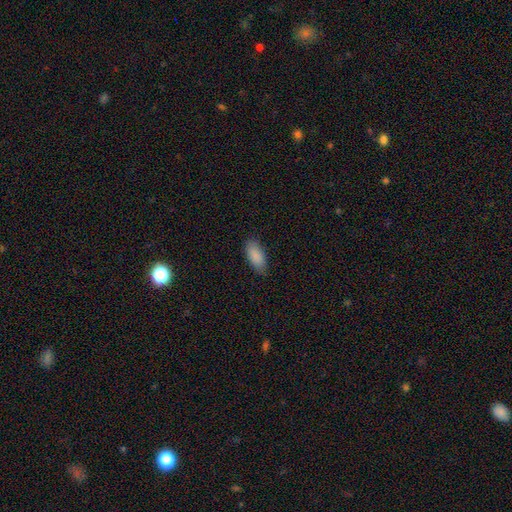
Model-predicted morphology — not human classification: Q: Smooth or featured?
A: smooth (89%); runner-up: star or artifact (6%)
Q: How rounded?
A: in between (87%); runner-up: cigar-shaped (11%)
Q: Merging?
A: none (83%); runner-up: minor disturbance (14%)